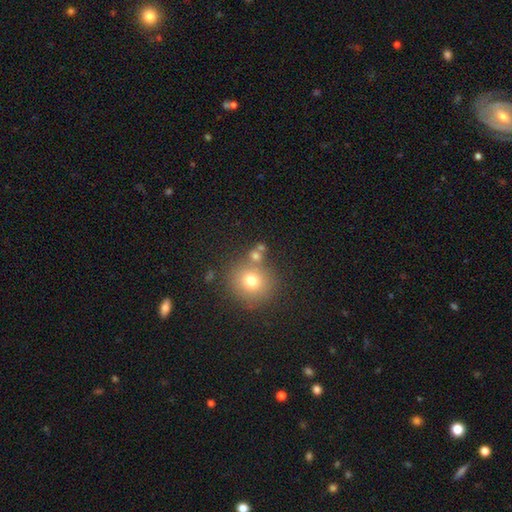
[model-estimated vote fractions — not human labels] Overall: smooth (72%). How rounded: round (85%). Merging: none (59%; merger 25%).